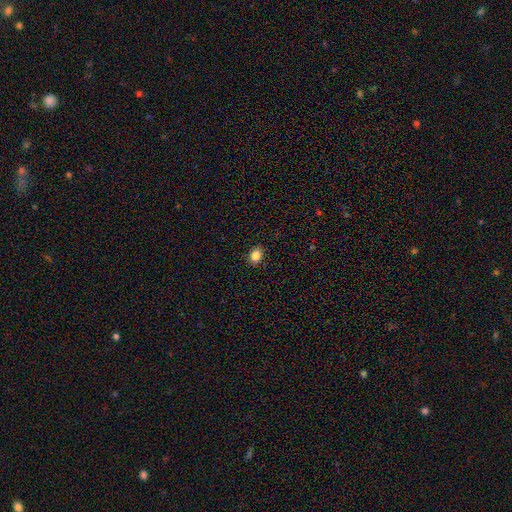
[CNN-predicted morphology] smooth-or-featured: smooth: 85% | star or artifact: 11% | featured or disk: 5%
  how-rounded: in between: 53% | round: 46% | cigar-shaped: 1%
  merging: none: 89% | minor disturbance: 8% | major disturbance: 2% | merger: 1%